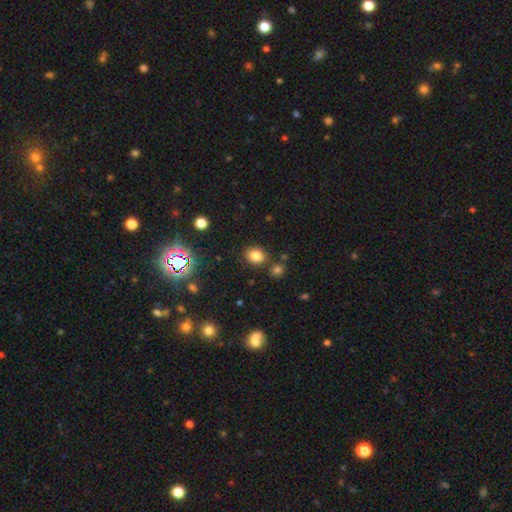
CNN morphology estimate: Q: Smooth or featured?
A: smooth (80%); runner-up: star or artifact (14%)
Q: How rounded?
A: round (58%); runner-up: in between (41%)
Q: Merging?
A: none (80%); runner-up: minor disturbance (10%)